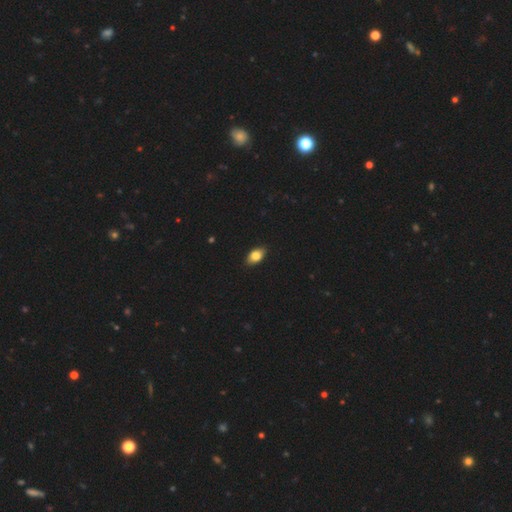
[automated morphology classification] Smooth or featured? Predicted: smooth (p=0.82). How rounded? Predicted: in between (p=0.88). Merging? Predicted: none (p=0.88).